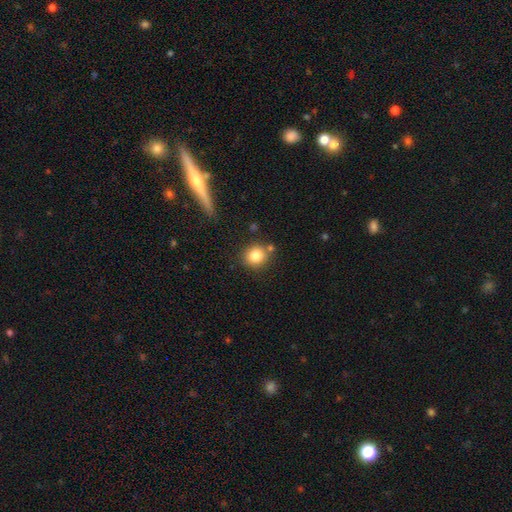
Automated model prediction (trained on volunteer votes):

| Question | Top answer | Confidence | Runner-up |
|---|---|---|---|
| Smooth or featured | smooth | 82% | star or artifact (10%) |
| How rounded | round | 85% | in between (14%) |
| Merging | none | 78% | minor disturbance (10%) |